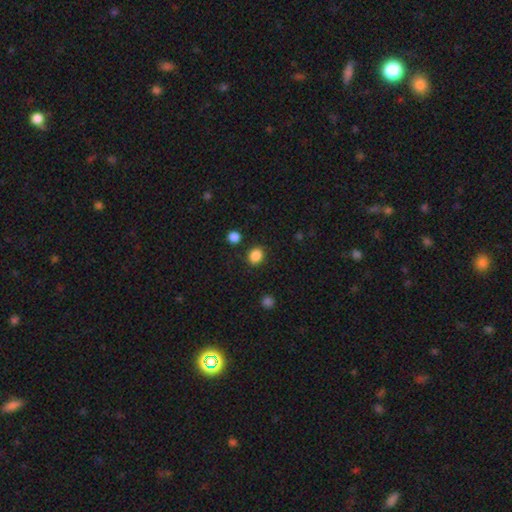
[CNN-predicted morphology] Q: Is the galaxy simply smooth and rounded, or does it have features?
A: smooth — 86%.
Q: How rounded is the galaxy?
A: round — 64%.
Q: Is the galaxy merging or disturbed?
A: none — 86%.